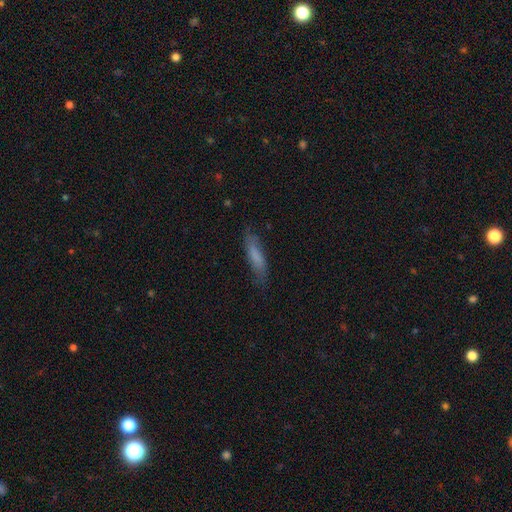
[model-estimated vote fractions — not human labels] A smooth galaxy with no disk features (72%) that is cigar-shaped (72%).

Vote fractions:
- Smooth or featured? smooth: 72% / featured or disk: 21% / star or artifact: 7%
- How rounded? cigar-shaped: 72% / in between: 26% / round: 2%
- Merging? none: 76% / minor disturbance: 18% / major disturbance: 5% / merger: 1%